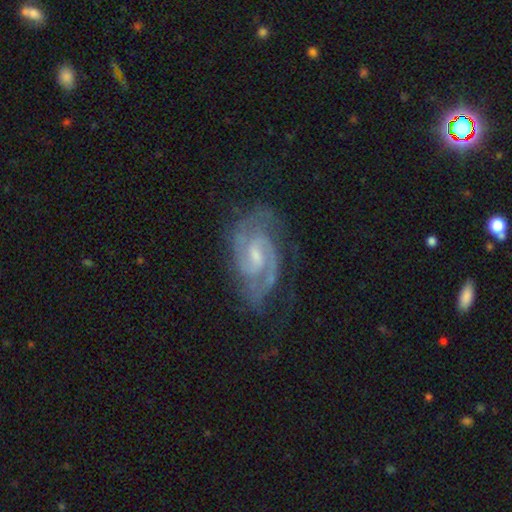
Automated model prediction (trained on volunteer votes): This is clearly a featured or disk galaxy (92%). It is clearly not viewed edge-on (98%). Bar: likely weak (61%). Spiral arm pattern: clearly yes (98%). Spiral arm count: clearly 2 (87%). Spiral winding: possibly medium (51%). Central bulge: possibly small (53%). Merging: likely none (73%).